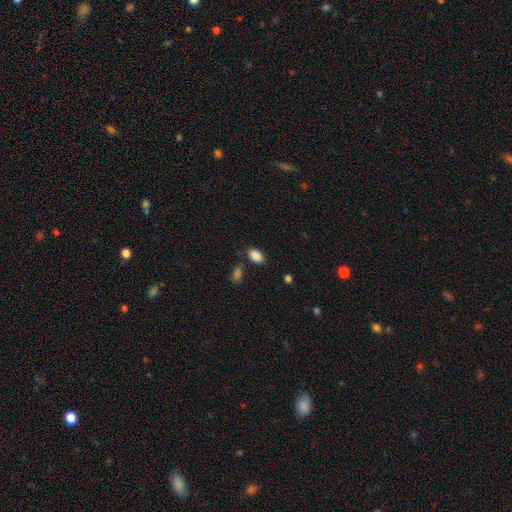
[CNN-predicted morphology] Q: Smooth or featured?
A: smooth (88%); runner-up: star or artifact (8%)
Q: How rounded?
A: in between (92%); runner-up: round (6%)
Q: Merging?
A: none (78%); runner-up: minor disturbance (13%)